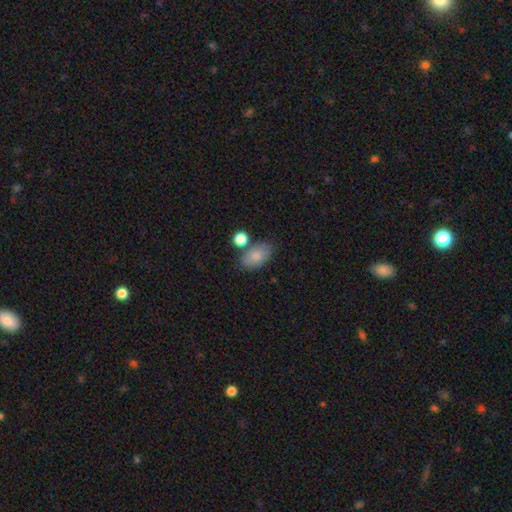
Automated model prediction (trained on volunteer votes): Smooth or featured? Predicted: smooth (p=0.82). How rounded? Predicted: in between (p=0.90). Merging? Predicted: none (p=0.69).